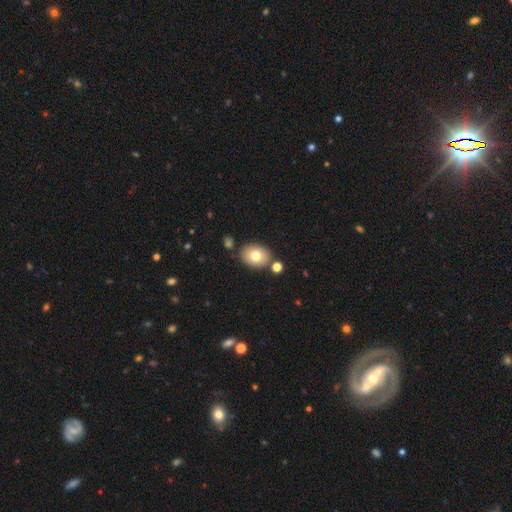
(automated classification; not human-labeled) This appears to be a smooth galaxy with no disk features (77%) that is in between round and cigar-shaped (62%). Merging: none (79%).